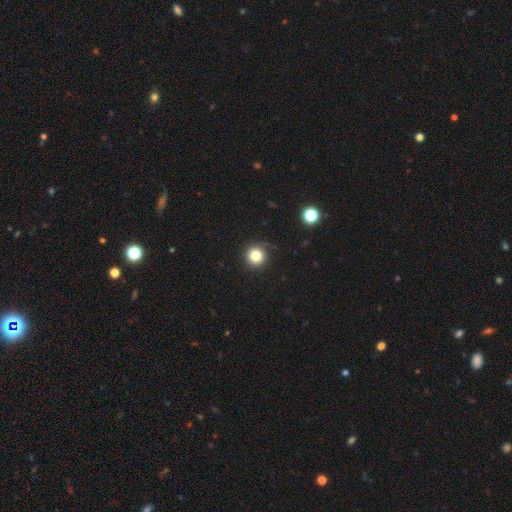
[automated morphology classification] Smooth or featured? Predicted: smooth (p=0.82). How rounded? Predicted: round (p=0.95). Merging? Predicted: none (p=0.88).